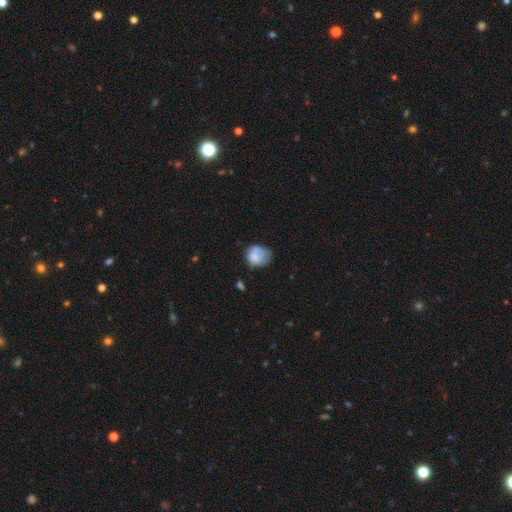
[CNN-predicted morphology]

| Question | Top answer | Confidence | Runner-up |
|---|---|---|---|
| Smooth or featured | smooth | 72% | featured or disk (19%) |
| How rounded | round | 57% | in between (42%) |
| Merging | none | 43% | minor disturbance (36%) |